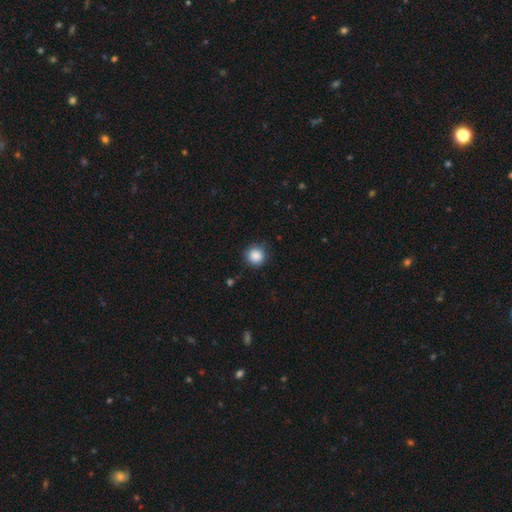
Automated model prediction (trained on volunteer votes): smooth_or_featured: smooth (p=0.87) [alt: star or artifact p=0.09]
how_rounded: round (p=0.93) [alt: in between p=0.06]
merging: none (p=0.84) [alt: minor disturbance p=0.12]